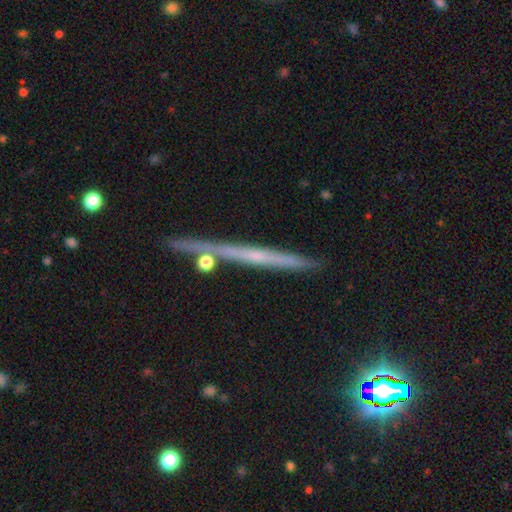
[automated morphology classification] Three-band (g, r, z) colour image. It shows a featured or disk galaxy (60%) viewed edge-on (96%) with no central bulge (73%). Merging: none (85%).